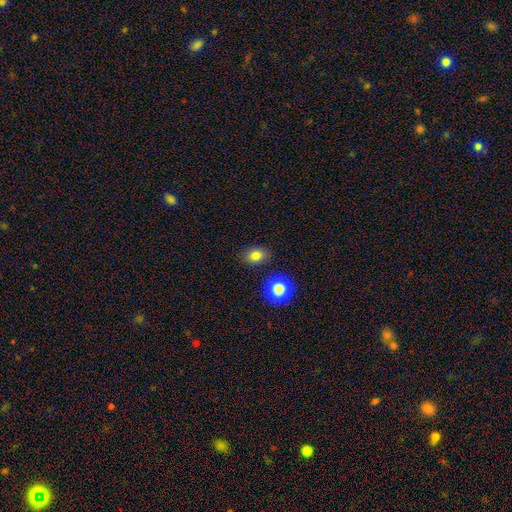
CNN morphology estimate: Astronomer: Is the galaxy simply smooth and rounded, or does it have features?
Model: smooth — 78%.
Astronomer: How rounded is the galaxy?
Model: in between — 61% (runner-up: round, 38%).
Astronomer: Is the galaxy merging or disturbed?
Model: none — 85%.